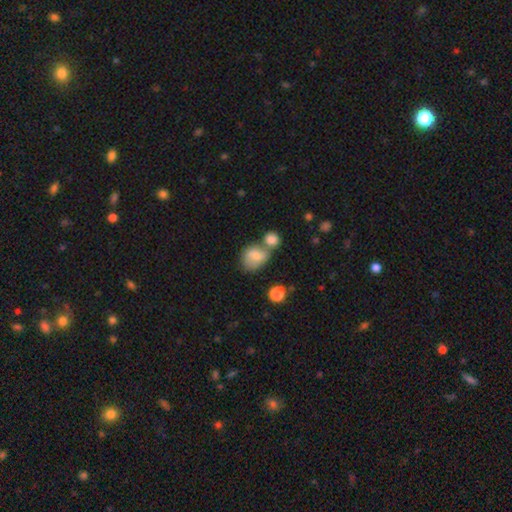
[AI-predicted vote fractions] A smooth galaxy with no disk features (68%) that is round (52%). Merging: merger (40%).